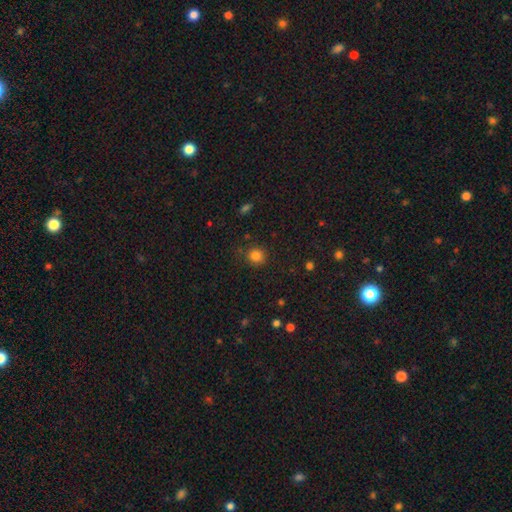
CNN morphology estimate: Q: Smooth or featured?
A: smooth (82%); runner-up: star or artifact (14%)
Q: How rounded?
A: round (88%); runner-up: in between (11%)
Q: Merging?
A: none (85%); runner-up: minor disturbance (10%)